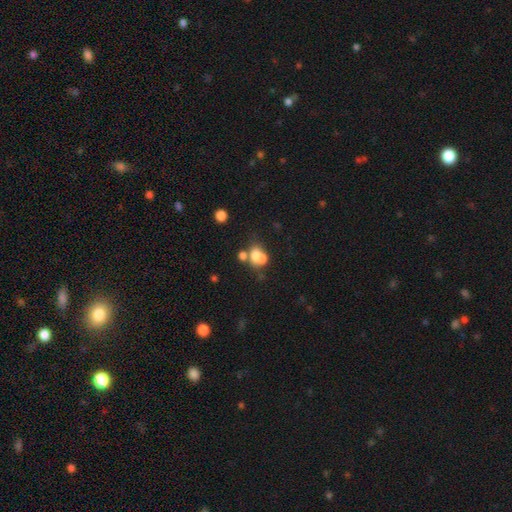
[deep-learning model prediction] Overall: smooth (63%; featured or disk 24%). How rounded: round (55%; in between 44%). Merging: merger (58%; none 28%).